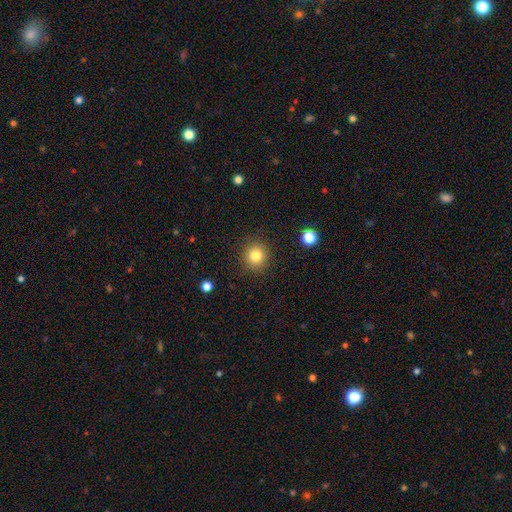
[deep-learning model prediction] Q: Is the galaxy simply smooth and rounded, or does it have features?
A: smooth — 82%.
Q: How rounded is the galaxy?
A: round — 92%.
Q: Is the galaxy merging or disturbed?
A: none — 89%.